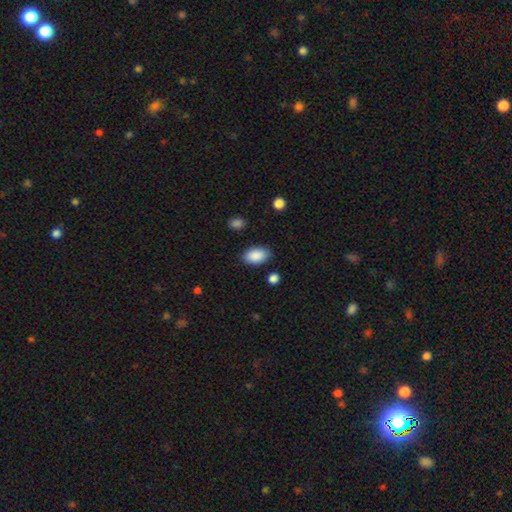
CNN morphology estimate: smooth 90%, star or artifact 7%, featured or disk 4%. Down the decision tree: how rounded — in between (92%); merging — none (85%).